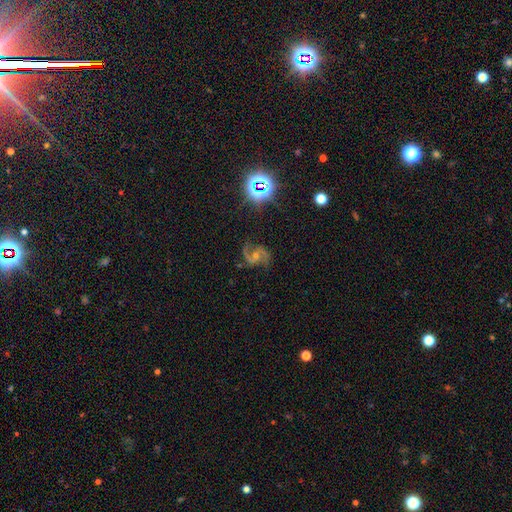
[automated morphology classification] featured or disk 83%, star or artifact 13%, smooth 5%. Down the decision tree: edge-on disk — no (98%); bar — no (48%); spiral arms — yes (98%); spiral arm count — 2 (88%); spiral winding — medium (58%); bulge size — small (54%); merging — none (78%).